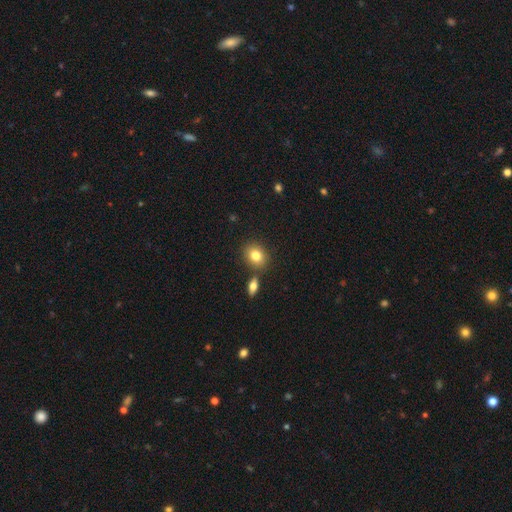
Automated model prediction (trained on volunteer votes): Smooth or featured: smooth — 81% (featured or disk — 10%)
How rounded: round — 51% (in between — 48%)
Merging: none — 75% (merger — 12%)